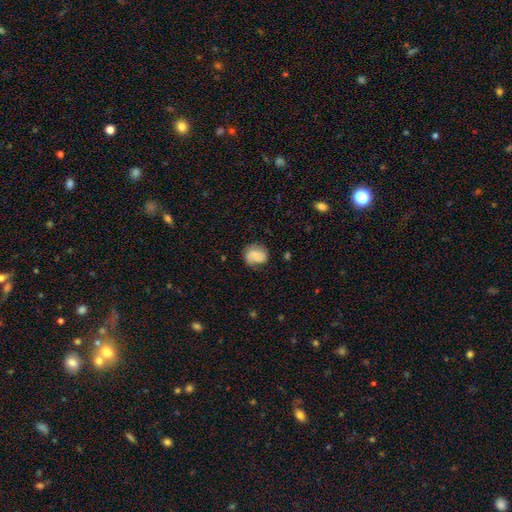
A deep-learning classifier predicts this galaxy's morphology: smooth_or_featured: smooth (p=0.52) [alt: featured or disk p=0.39]
how_rounded: round (p=0.66) [alt: in between p=0.33]
merging: none (p=0.68) [alt: minor disturbance p=0.23]